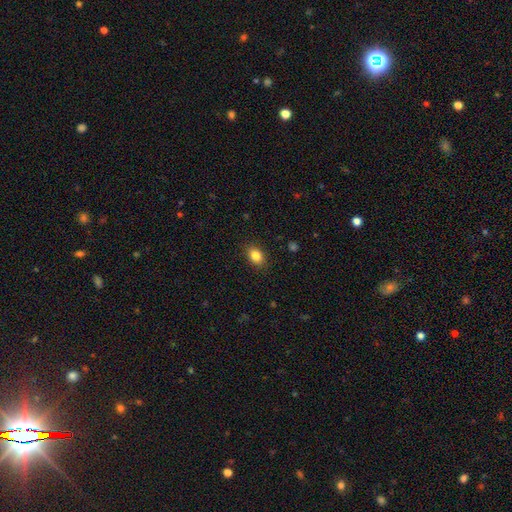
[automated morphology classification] This appears to be a smooth galaxy with no disk features (85%) that is in between round and cigar-shaped (74%). Merging: none (87%).